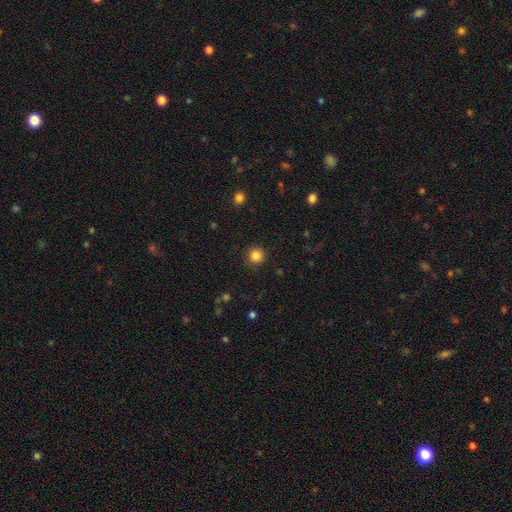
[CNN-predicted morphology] smooth_or_featured: smooth (p=0.85) [alt: star or artifact p=0.12]
how_rounded: round (p=0.94) [alt: in between p=0.05]
merging: none (p=0.90) [alt: minor disturbance p=0.06]